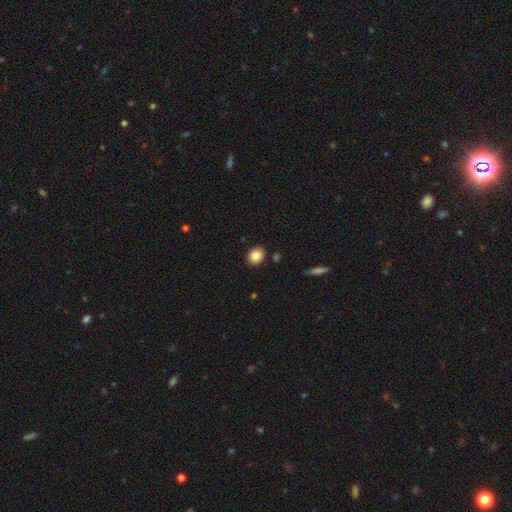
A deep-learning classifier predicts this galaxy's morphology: Smooth or featured?
  - smooth: 85% *
  - star or artifact: 9%
  - featured or disk: 6%
How rounded?
  - round: 69% *
  - in between: 30%
  - cigar-shaped: 1%
Merging?
  - none: 89% *
  - minor disturbance: 7%
  - merger: 2%
  - major disturbance: 2%